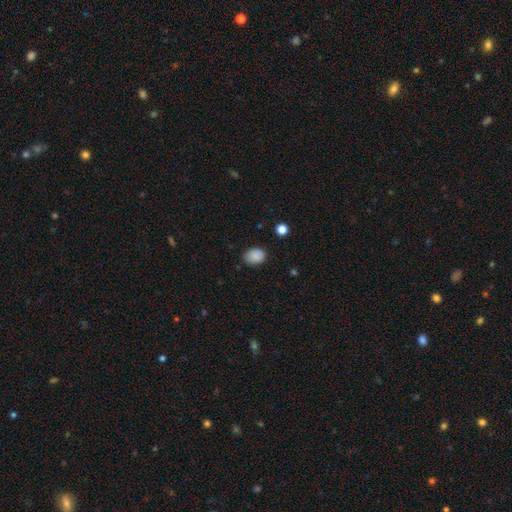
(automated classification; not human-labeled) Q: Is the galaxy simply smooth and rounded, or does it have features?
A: smooth — 87%.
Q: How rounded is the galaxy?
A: in between — 66%.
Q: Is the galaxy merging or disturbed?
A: none — 77%.